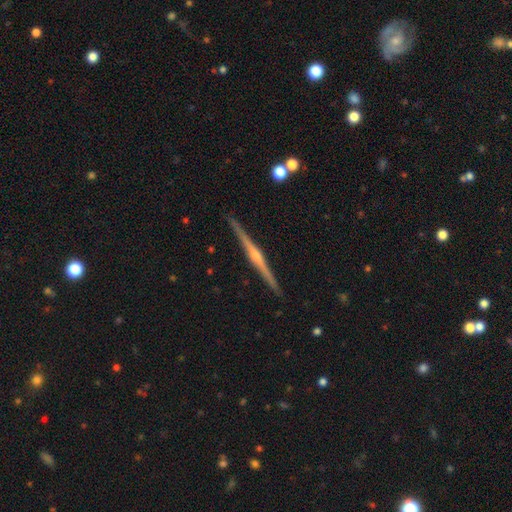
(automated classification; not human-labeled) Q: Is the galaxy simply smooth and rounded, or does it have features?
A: featured or disk — 86%.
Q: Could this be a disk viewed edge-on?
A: yes — 99%.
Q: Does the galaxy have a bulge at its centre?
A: rounded — 84%.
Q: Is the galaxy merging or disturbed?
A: none — 92%.